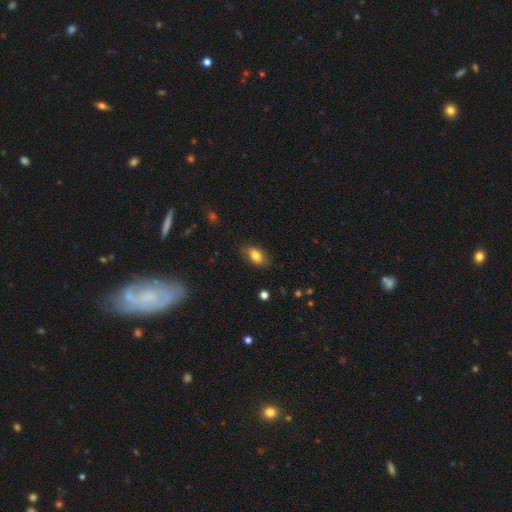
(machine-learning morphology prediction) A smooth galaxy with no disk features (80%) that is in between round and cigar-shaped (88%).

Vote fractions:
- Smooth or featured? smooth: 80% / featured or disk: 12% / star or artifact: 8%
- How rounded? in between: 88% / round: 7% / cigar-shaped: 6%
- Merging? none: 81% / minor disturbance: 15% / major disturbance: 3% / merger: 1%